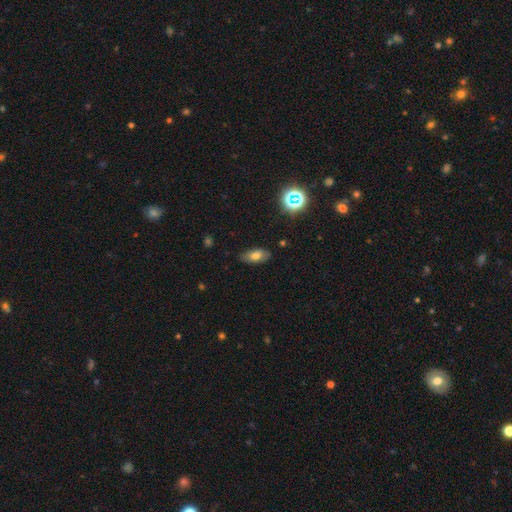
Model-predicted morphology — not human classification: The model was most divided on "smooth or featured": smooth: 70%, featured or disk: 18%, star or artifact: 12%. More confident: how rounded — in between (89%); merging — none (80%).